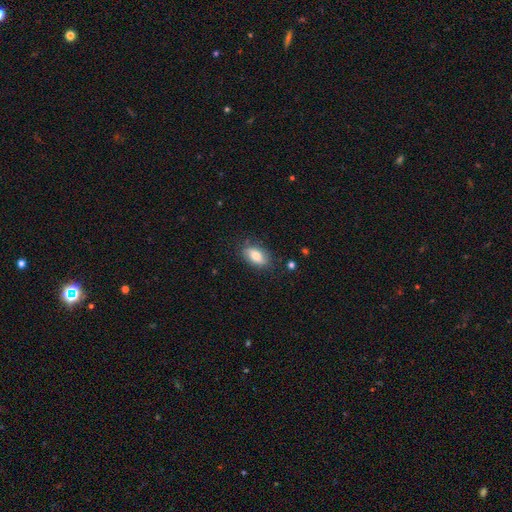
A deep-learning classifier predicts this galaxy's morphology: This appears to be a smooth galaxy with no disk features (69%) that is in between round and cigar-shaped (89%). Merging: none (76%).